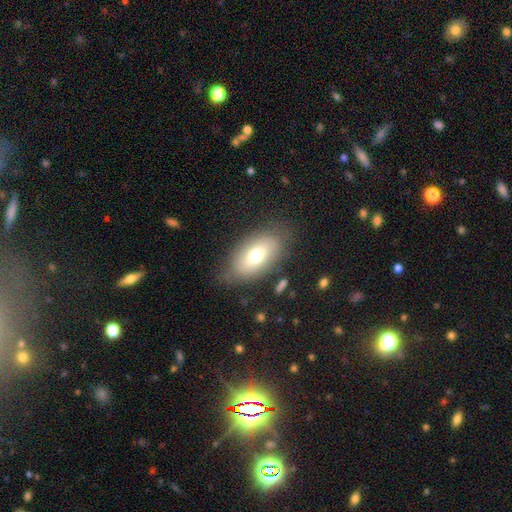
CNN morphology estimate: This is likely a smooth galaxy (69%). How rounded: clearly in between (90%). Merging: likely none (75%).